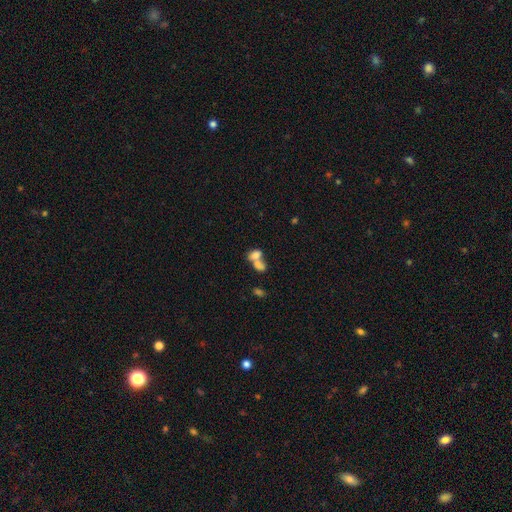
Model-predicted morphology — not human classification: Smooth or featured: smooth — 71% (featured or disk — 18%)
How rounded: in between — 73% (round — 24%)
Merging: merger — 69% (none — 19%)